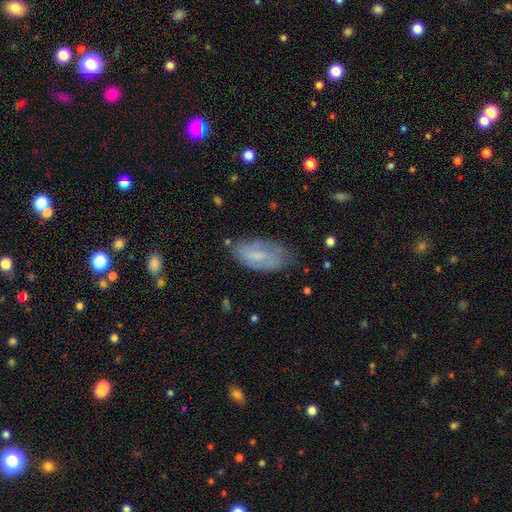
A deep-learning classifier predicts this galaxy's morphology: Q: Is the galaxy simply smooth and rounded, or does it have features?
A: featured or disk — 45%, tied with smooth.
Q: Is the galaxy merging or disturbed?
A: none — 66%.